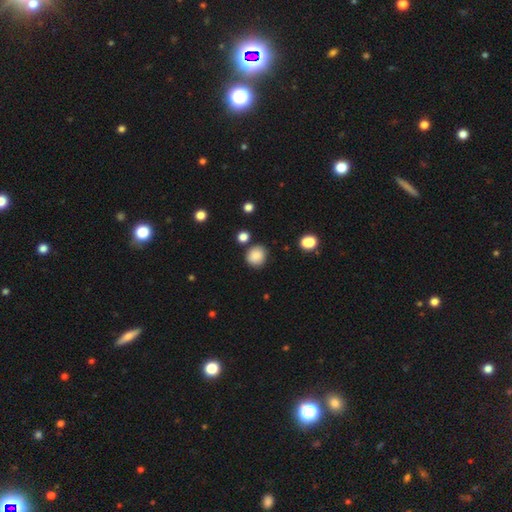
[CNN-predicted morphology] Smooth or featured? Predicted: smooth (p=0.87). How rounded? Predicted: round (p=0.83). Merging? Predicted: none (p=0.80).